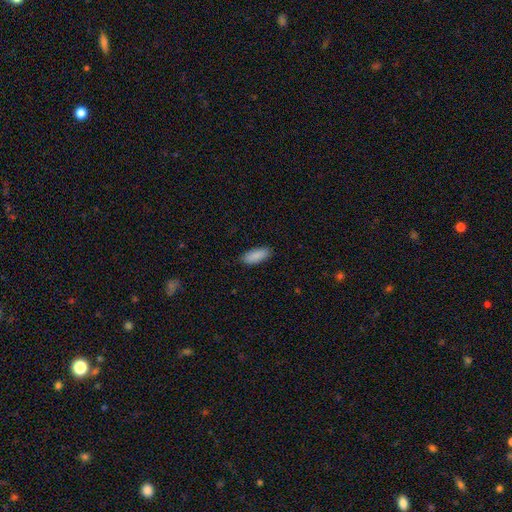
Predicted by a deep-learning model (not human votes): Smooth or featured? Predicted: smooth (p=0.90). How rounded? Predicted: in between (p=0.78). Merging? Predicted: none (p=0.86).